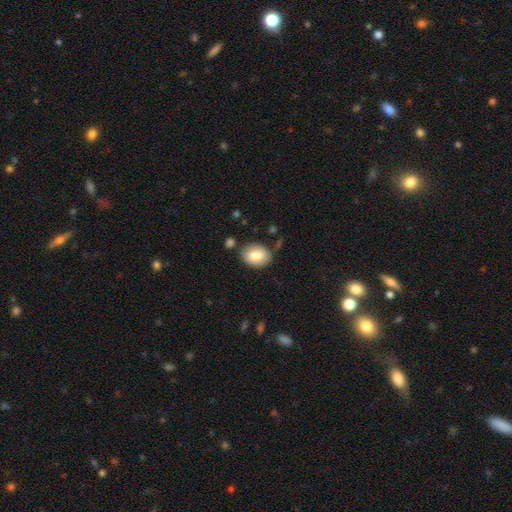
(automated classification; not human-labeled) Overall: smooth (81%). How rounded: in between (70%). Merging: none (78%).